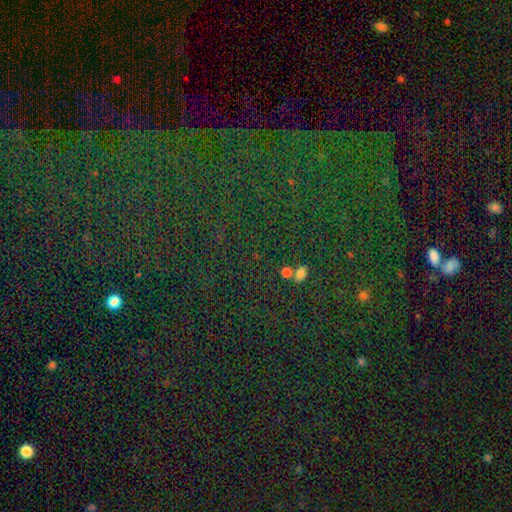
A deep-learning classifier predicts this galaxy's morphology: Smooth or featured? Predicted: star or artifact (p=0.82).